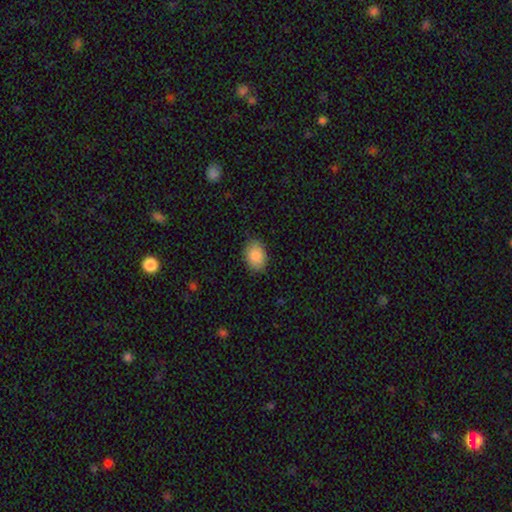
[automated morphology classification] A smooth galaxy with no disk features (88%) that is in between round and cigar-shaped (76%). Merging: none (86%).